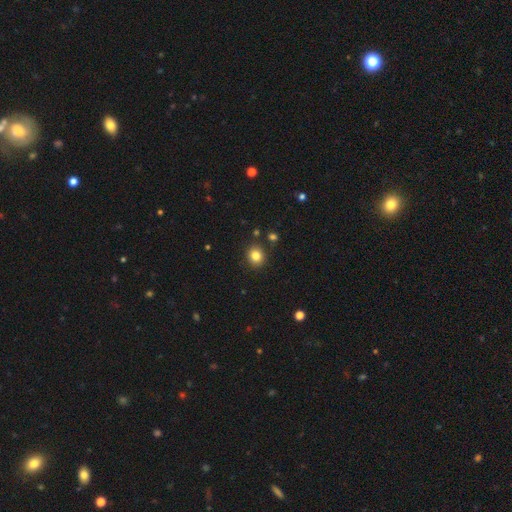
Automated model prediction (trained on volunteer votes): This appears to be a smooth galaxy with no disk features (82%) that is round (77%). Merging: none (88%).